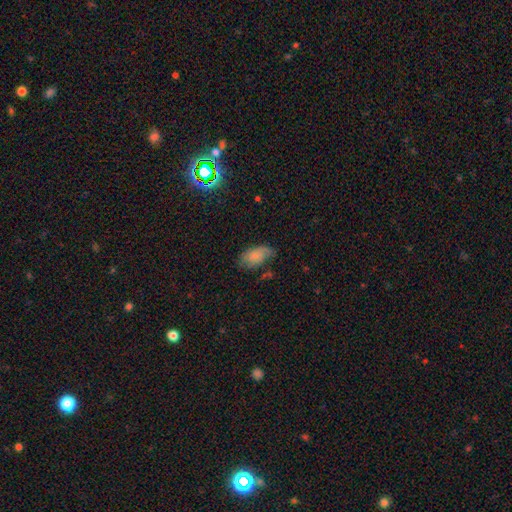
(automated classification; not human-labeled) A smooth galaxy with no disk features (68%) that is in between round and cigar-shaped (93%).

Vote fractions:
- Smooth or featured? smooth: 68% / featured or disk: 23% / star or artifact: 9%
- How rounded? in between: 93% / round: 5% / cigar-shaped: 2%
- Merging? none: 54% / minor disturbance: 31% / major disturbance: 12% / merger: 3%